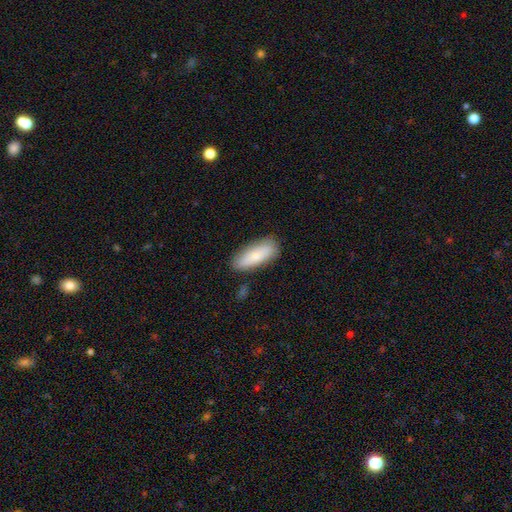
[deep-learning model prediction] This is likely a smooth galaxy (74%). How rounded: likely in between (69%). Merging: clearly none (80%).